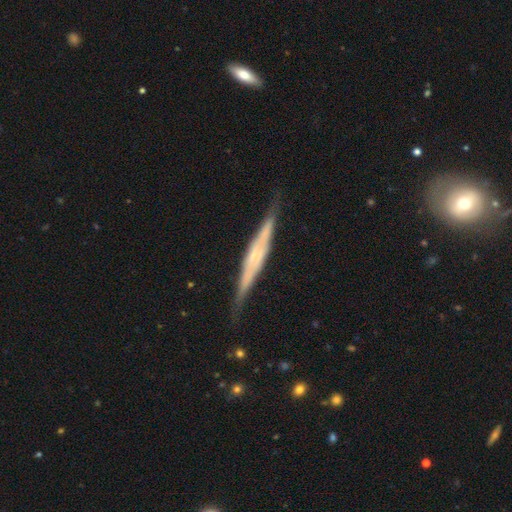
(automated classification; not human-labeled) Q: Smooth or featured?
A: featured or disk (74%); runner-up: smooth (19%)
Q: Edge-on disk?
A: yes (94%); runner-up: no (6%)
Q: Edge-on bulge?
A: rounded (42%); runner-up: boxy (36%)
Q: Merging?
A: none (80%); runner-up: minor disturbance (15%)